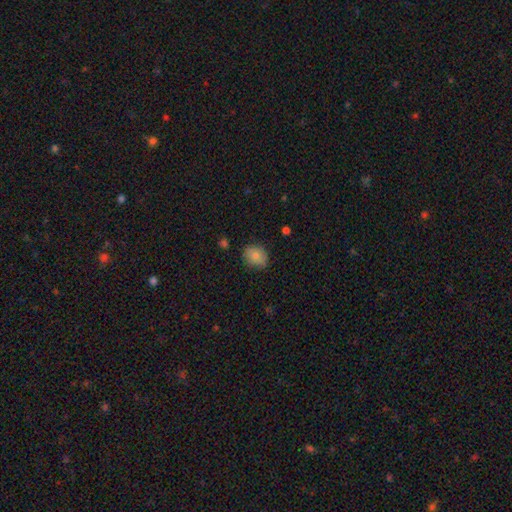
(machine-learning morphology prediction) The model was most divided on "how rounded": round: 52%, in between: 47%, cigar-shaped: 1%. More confident: smooth or featured — smooth (79%); merging — none (77%).